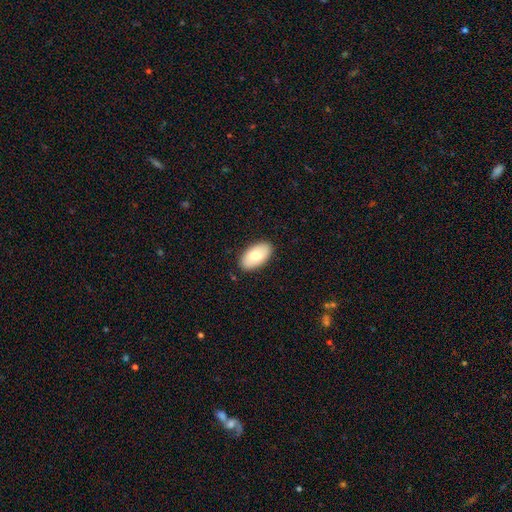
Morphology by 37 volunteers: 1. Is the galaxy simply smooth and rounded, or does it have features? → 62% smooth, 32% featured or disk, 5% star or artifact.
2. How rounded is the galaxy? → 87% in between, 13% round, 0% cigar-shaped.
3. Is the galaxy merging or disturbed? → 77% none, 11% minor disturbance, 11% major disturbance, 0% merger.